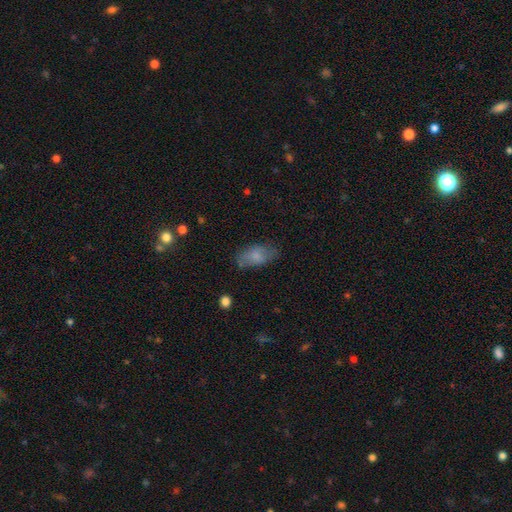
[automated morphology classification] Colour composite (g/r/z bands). It shows a smooth galaxy with no disk features (74%) that is in between round and cigar-shaped (90%). Merging: none (69%).